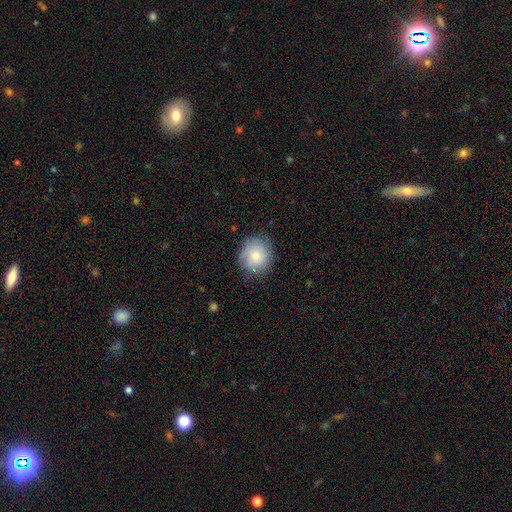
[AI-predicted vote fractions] Smooth or featured? Predicted: smooth (p=0.72). How rounded? Predicted: round (p=0.82). Merging? Predicted: none (p=0.76).